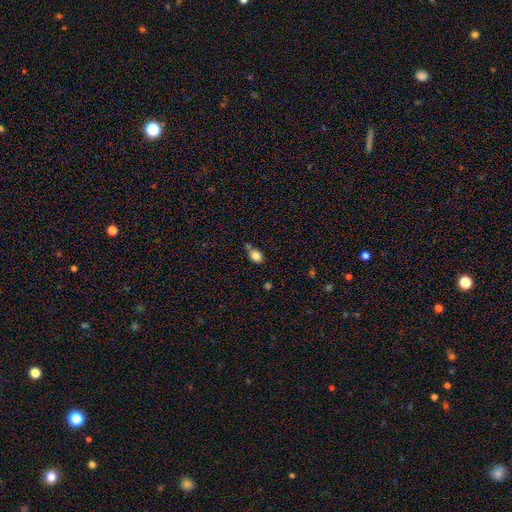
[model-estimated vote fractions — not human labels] This appears to be a smooth galaxy with no disk features (83%) that is in between round and cigar-shaped (68%). Merging: none (50%).